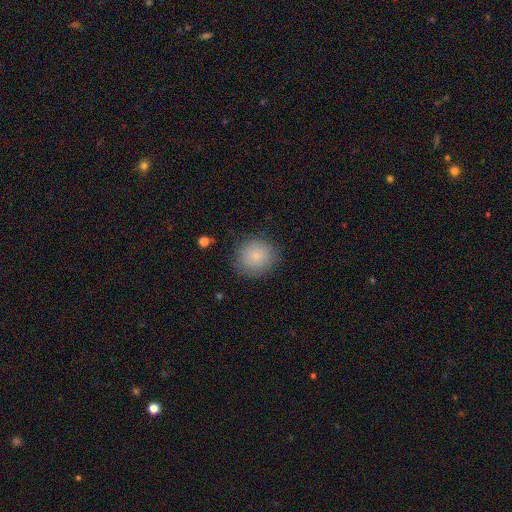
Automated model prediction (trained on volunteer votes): Overall: smooth (82%). How rounded: round (86%). Merging: none (83%).